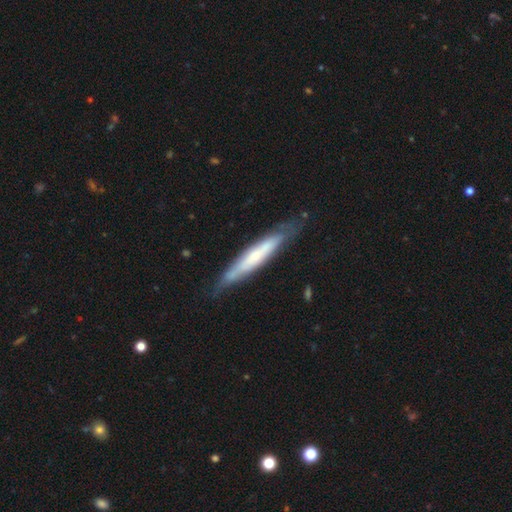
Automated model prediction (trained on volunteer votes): This is possibly a featured or disk galaxy (57%). It is likely viewed edge-on (72%). Merging: likely none (74%).